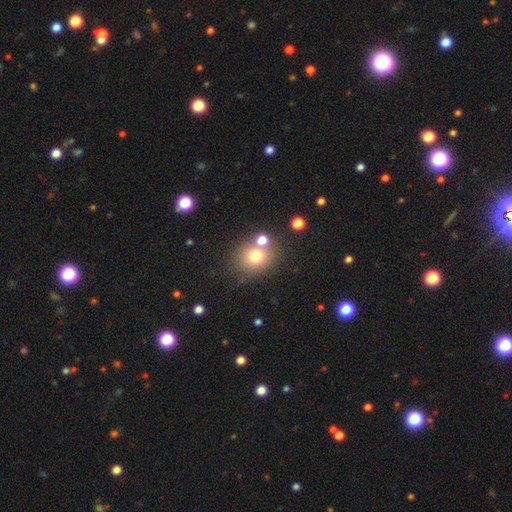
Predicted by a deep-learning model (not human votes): smooth_or_featured: smooth (p=0.73) [alt: star or artifact p=0.14]
how_rounded: round (p=0.74) [alt: in between p=0.25]
merging: none (p=0.63) [alt: merger p=0.21]